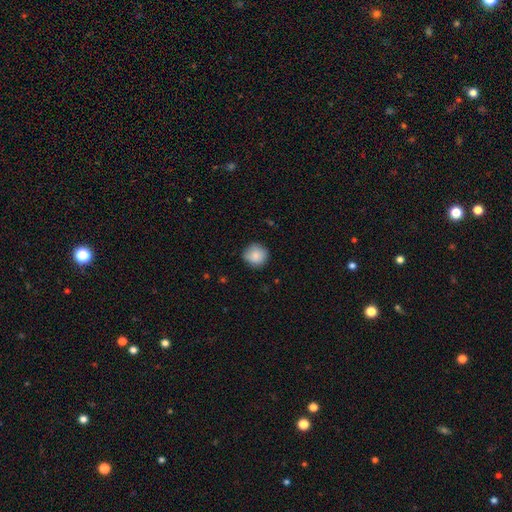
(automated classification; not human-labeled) This appears to be a smooth galaxy with no disk features (86%) that is round (92%). Merging: none (84%).